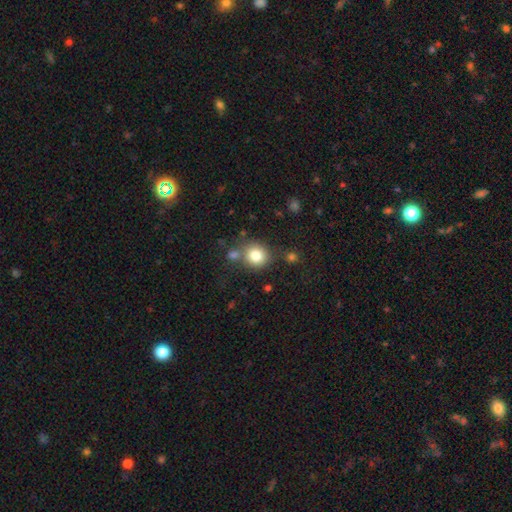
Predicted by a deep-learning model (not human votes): This appears to be a smooth galaxy with no disk features (81%) that is round (85%). Merging: none (71%).